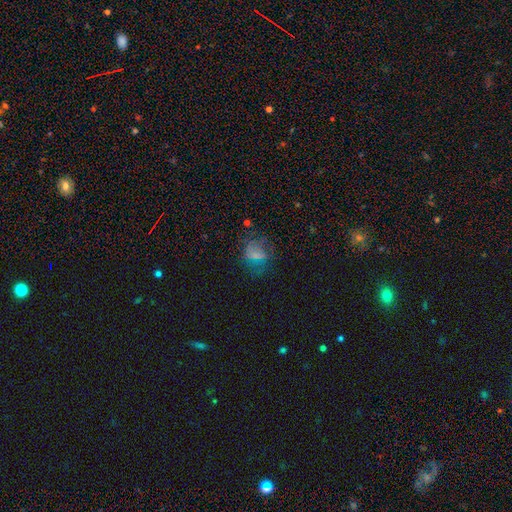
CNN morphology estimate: A smooth galaxy with no disk features (52%) that is in between round and cigar-shaped (52%).

Vote fractions:
- Smooth or featured? smooth: 52% / featured or disk: 26% / star or artifact: 22%
- How rounded? in between: 52% / round: 44% / cigar-shaped: 4%
- Merging? none: 52% / major disturbance: 24% / minor disturbance: 21% / merger: 3%